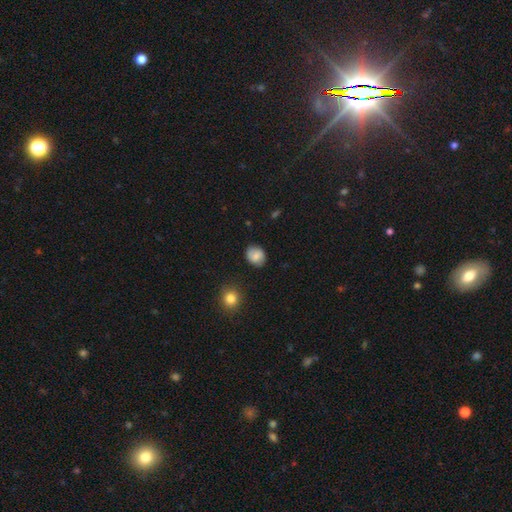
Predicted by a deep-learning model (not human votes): Morphology: type=smooth (74%); roundness=round (59%); merging=none (83%).